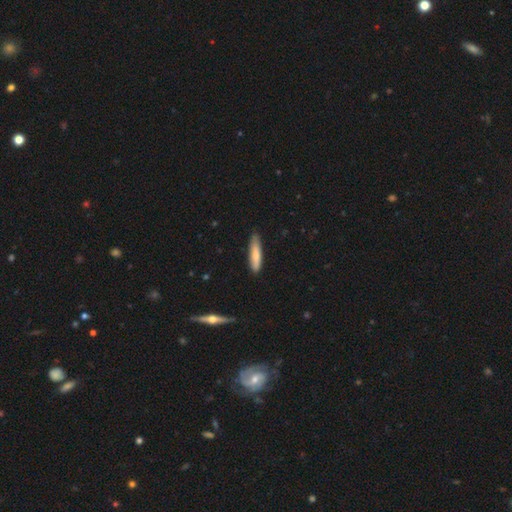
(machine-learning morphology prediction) A smooth galaxy with no disk features (74%) that is cigar-shaped (79%). Merging: none (78%).